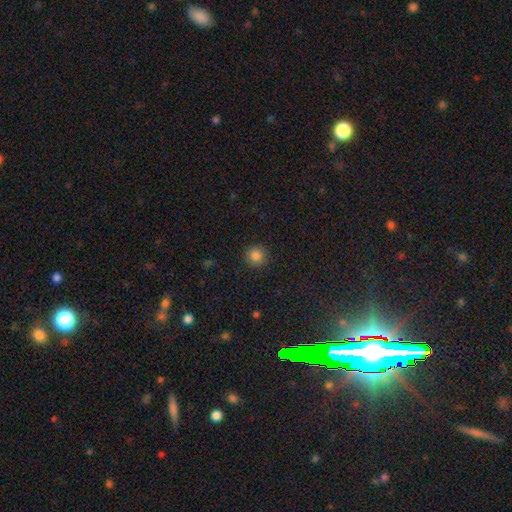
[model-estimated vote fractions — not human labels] This is clearly a smooth galaxy (85%). How rounded: clearly round (93%). Merging: clearly none (90%).